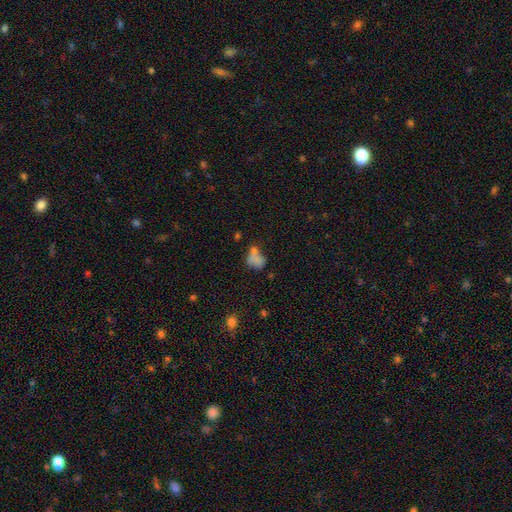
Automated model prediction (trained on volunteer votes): Q: Smooth or featured?
A: smooth (61%); runner-up: star or artifact (22%)
Q: How rounded?
A: in between (63%); runner-up: round (34%)
Q: Merging?
A: none (36%); runner-up: merger (32%)